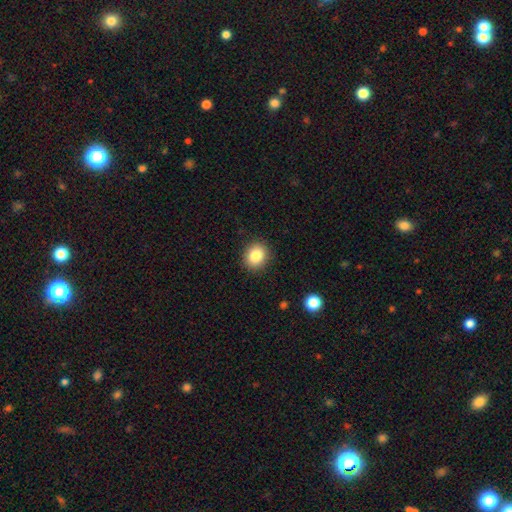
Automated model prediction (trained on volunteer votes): smooth 84%, star or artifact 10%, featured or disk 6%. Down the decision tree: how rounded — round (76%); merging — none (90%).